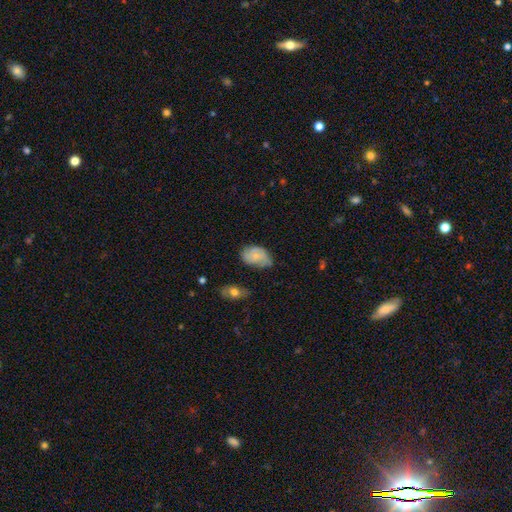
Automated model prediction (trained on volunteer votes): Morphology: type=smooth (56%); roundness=in between (85%); merging=none (52%).